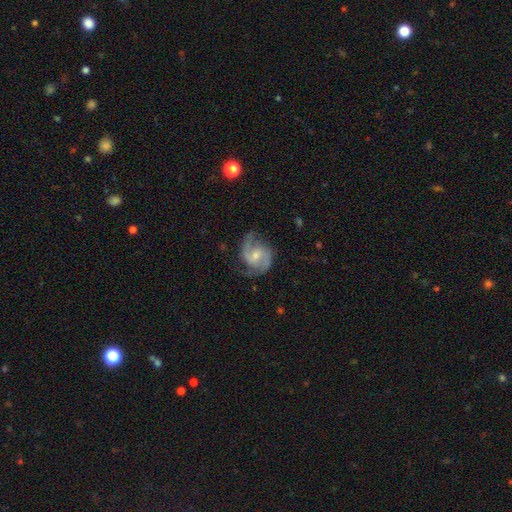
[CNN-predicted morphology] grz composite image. It shows a featured or disk galaxy (88%) with a weak bar (48%), 2 (90%) medium (57%) spiral arms (97%) and a small central bulge (52%). Merging: none (74%).